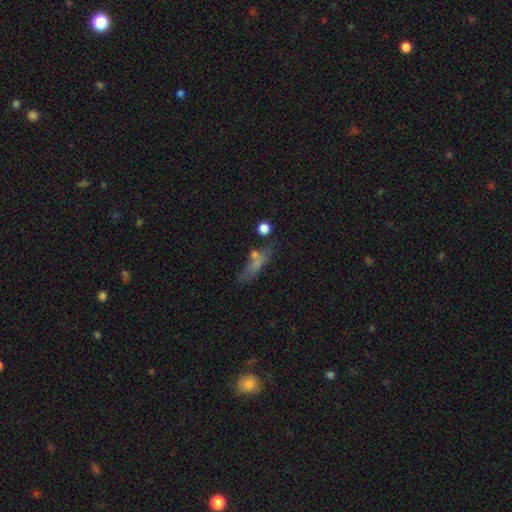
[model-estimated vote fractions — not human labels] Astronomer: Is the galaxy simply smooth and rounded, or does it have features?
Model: smooth — 59%.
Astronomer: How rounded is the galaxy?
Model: cigar-shaped — 58% (runner-up: in between, 36%).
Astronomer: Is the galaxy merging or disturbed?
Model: none — 56%.